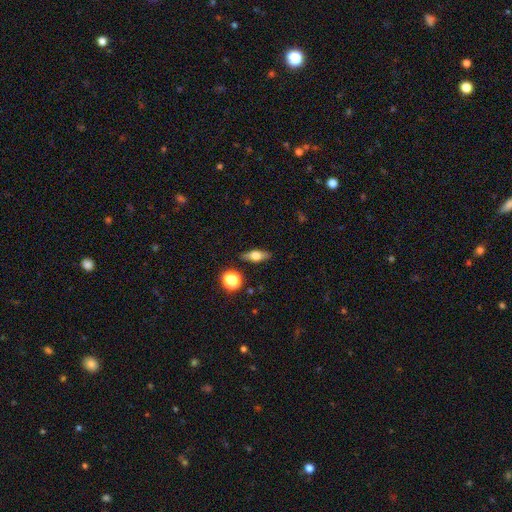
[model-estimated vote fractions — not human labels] smooth 50%, featured or disk 41%, star or artifact 9%. Down the decision tree: how rounded — in between (58%); merging — none (87%).